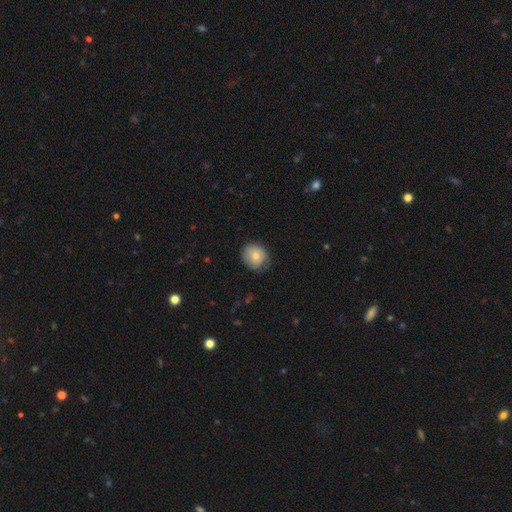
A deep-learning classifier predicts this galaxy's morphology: Smooth or featured: smooth — 70% (featured or disk — 22%)
How rounded: round — 78% (in between — 21%)
Merging: none — 66% (minor disturbance — 26%)